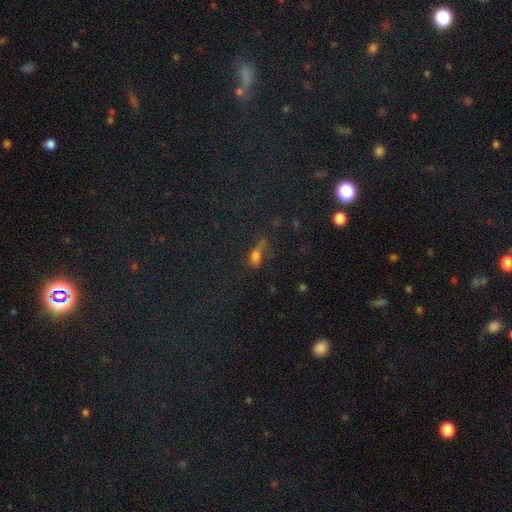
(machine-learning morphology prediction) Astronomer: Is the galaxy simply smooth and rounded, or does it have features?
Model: smooth — 53%.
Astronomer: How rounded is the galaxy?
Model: in between — 59%.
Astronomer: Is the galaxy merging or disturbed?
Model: none — 43% (runner-up: minor disturbance, 25%).